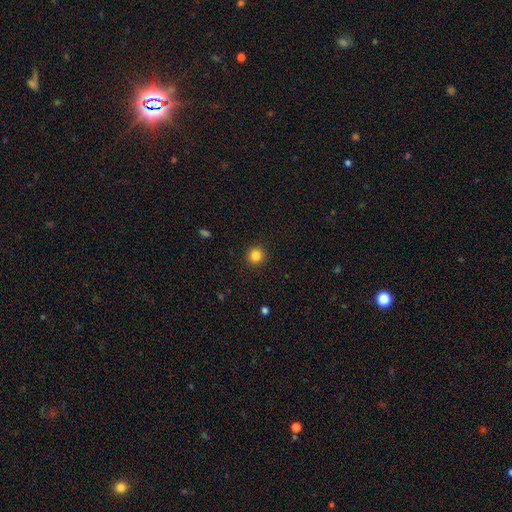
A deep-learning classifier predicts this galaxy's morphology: Q: Smooth or featured?
A: smooth (84%); runner-up: star or artifact (12%)
Q: How rounded?
A: round (93%); runner-up: in between (6%)
Q: Merging?
A: none (92%); runner-up: minor disturbance (5%)